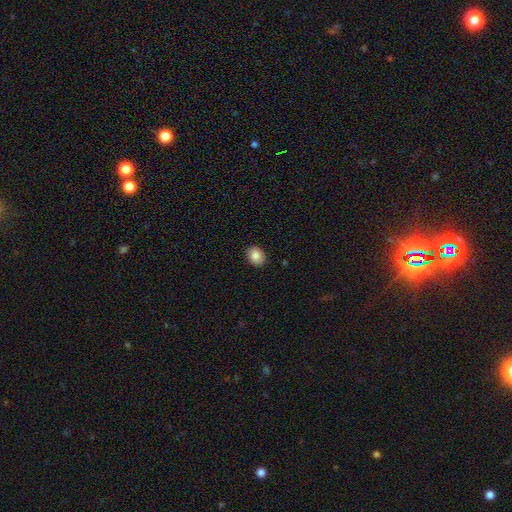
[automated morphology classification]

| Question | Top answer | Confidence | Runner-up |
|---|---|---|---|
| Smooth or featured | smooth | 87% | star or artifact (8%) |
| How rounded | in between | 51% | round (48%) |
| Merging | none | 90% | minor disturbance (7%) |